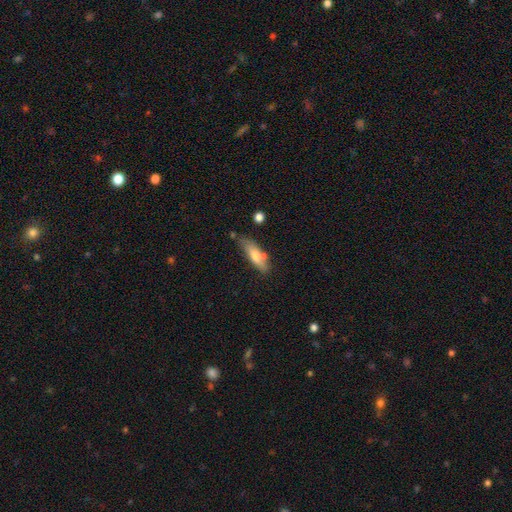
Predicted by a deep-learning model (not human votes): Q: Smooth or featured?
A: smooth (67%); runner-up: featured or disk (27%)
Q: How rounded?
A: cigar-shaped (51%); runner-up: in between (47%)
Q: Merging?
A: none (61%); runner-up: minor disturbance (23%)